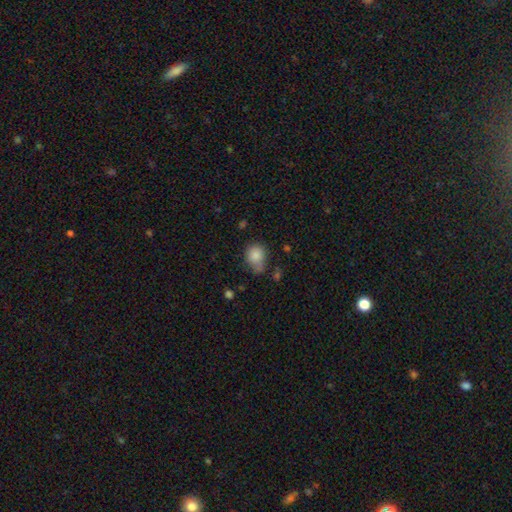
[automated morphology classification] Smooth or featured: smooth — 83% (star or artifact — 10%)
How rounded: round — 58% (in between — 41%)
Merging: none — 47% (minor disturbance — 31%)